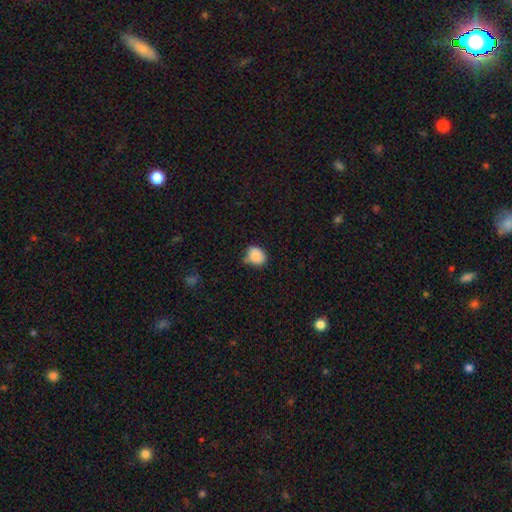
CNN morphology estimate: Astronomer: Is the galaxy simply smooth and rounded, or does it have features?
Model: smooth — 86%.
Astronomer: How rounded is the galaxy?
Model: round — 60% (runner-up: in between, 39%).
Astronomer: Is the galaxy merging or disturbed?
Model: none — 69%.